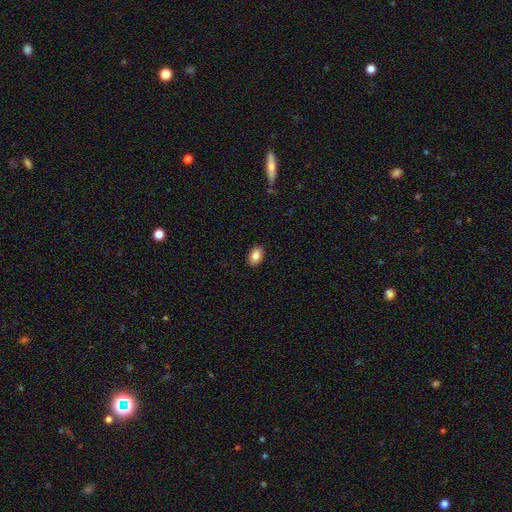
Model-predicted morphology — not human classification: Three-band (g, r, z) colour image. It shows a smooth galaxy with no disk features (85%) that is in between round and cigar-shaped (88%). Merging: none (90%).